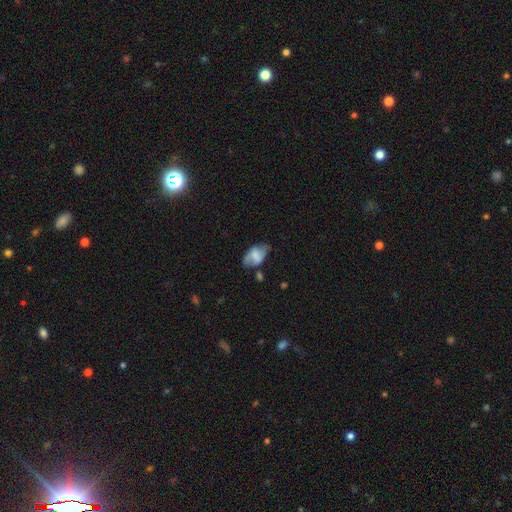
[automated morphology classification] A smooth galaxy with no disk features (53%) that is in between round and cigar-shaped (89%). Merging: none (50%).